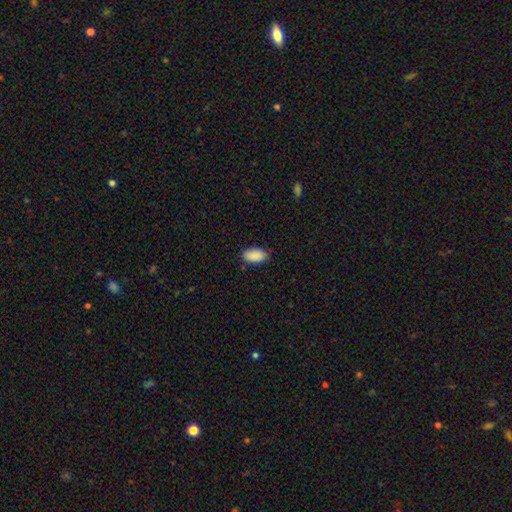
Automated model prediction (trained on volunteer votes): A smooth galaxy with no disk features (91%) that is in between round and cigar-shaped (95%). Merging: none (86%).